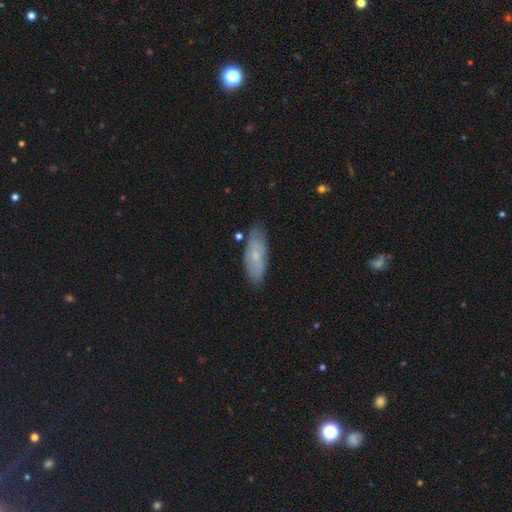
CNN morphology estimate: The model was most divided on "smooth or featured": smooth: 63%, featured or disk: 30%, star or artifact: 7%. More confident: merging — none (79%); how rounded — in between (66%).